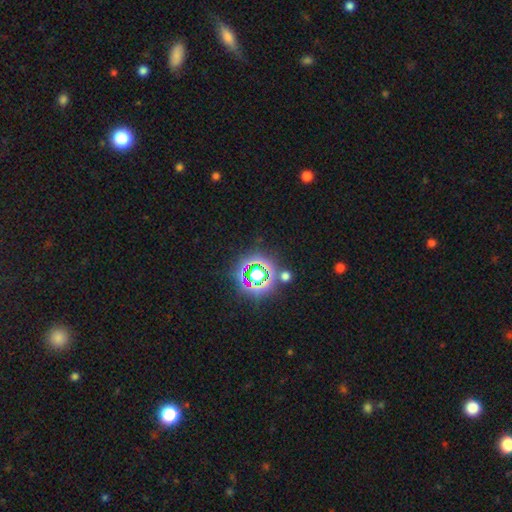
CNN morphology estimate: Smooth or featured? star or artifact (78%)